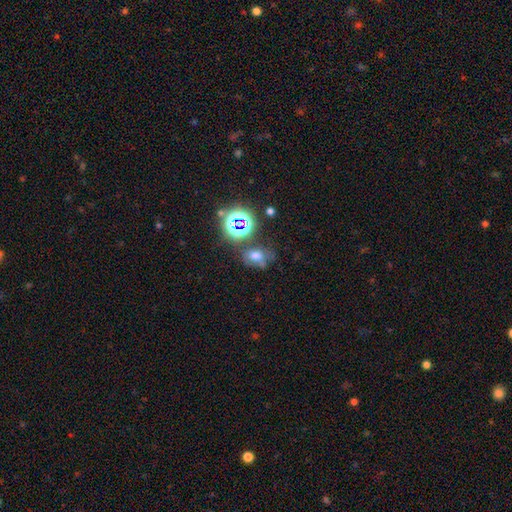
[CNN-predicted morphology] The model was most divided on "smooth or featured": smooth: 53%, star or artifact: 30%, featured or disk: 17%. More confident: how rounded — in between (61%); merging — none (52%).